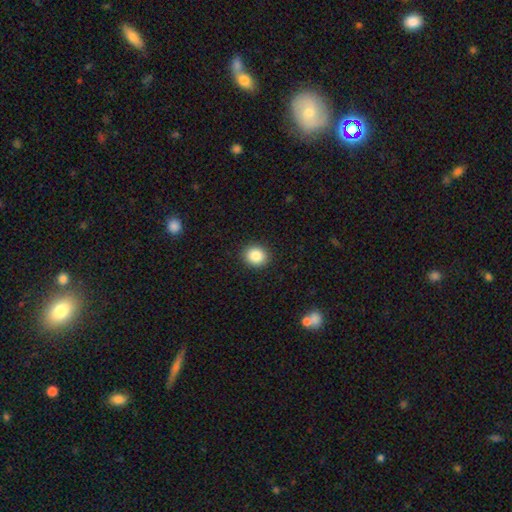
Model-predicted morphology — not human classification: Smooth or featured? Predicted: smooth (p=0.86). How rounded? Predicted: round (p=0.73). Merging? Predicted: none (p=0.91).